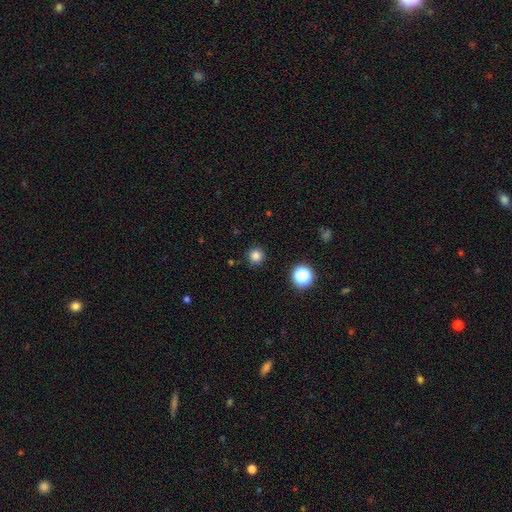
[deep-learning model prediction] This appears to be a smooth galaxy with no disk features (82%) that is round (95%). Merging: none (90%).